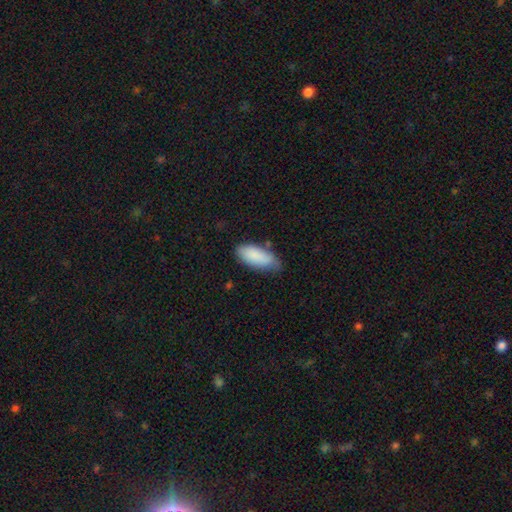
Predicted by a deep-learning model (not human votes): smooth-or-featured: smooth: 87% | featured or disk: 7% | star or artifact: 6%
  how-rounded: in between: 86% | cigar-shaped: 13% | round: 2%
  merging: none: 62% | minor disturbance: 30% | major disturbance: 5% | merger: 3%